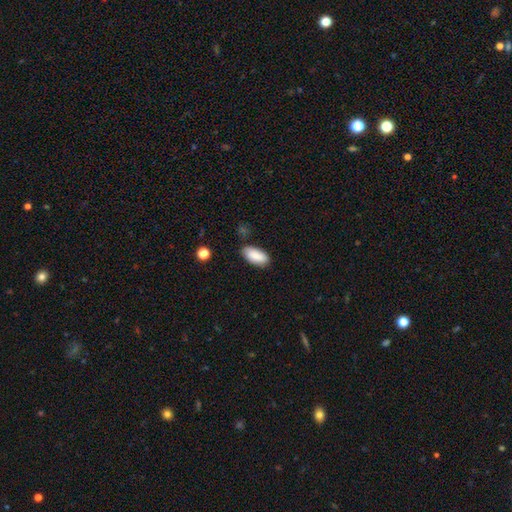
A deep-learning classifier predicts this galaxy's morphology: Q: Smooth or featured?
A: smooth (87%); runner-up: star or artifact (7%)
Q: How rounded?
A: in between (91%); runner-up: cigar-shaped (7%)
Q: Merging?
A: none (77%); runner-up: minor disturbance (16%)